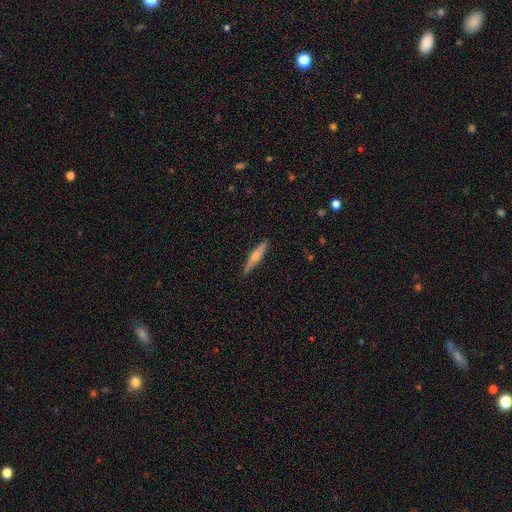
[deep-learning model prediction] Smooth or featured: featured or disk — 48% (smooth — 46%)
Merging: none — 87% (minor disturbance — 10%)